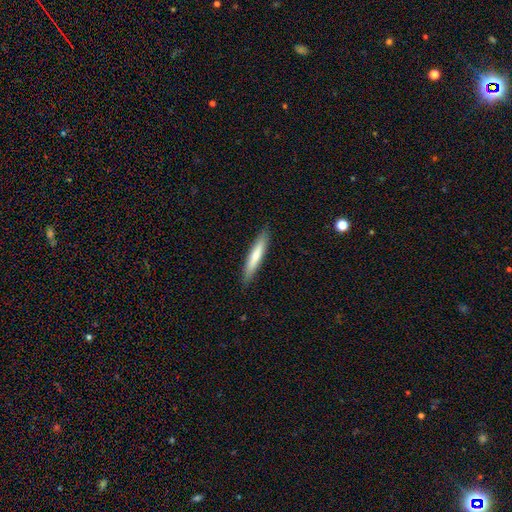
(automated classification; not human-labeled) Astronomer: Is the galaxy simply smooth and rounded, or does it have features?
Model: smooth — 67%.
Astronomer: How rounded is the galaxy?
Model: cigar-shaped — 91%.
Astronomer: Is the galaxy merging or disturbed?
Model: none — 89%.